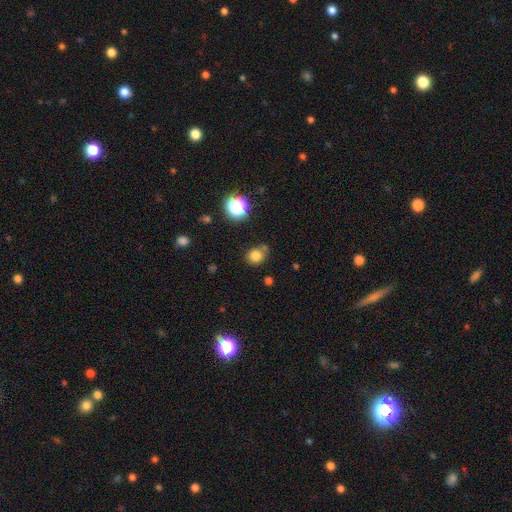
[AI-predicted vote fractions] A smooth galaxy with no disk features (79%) that is round (74%). Merging: none (67%).